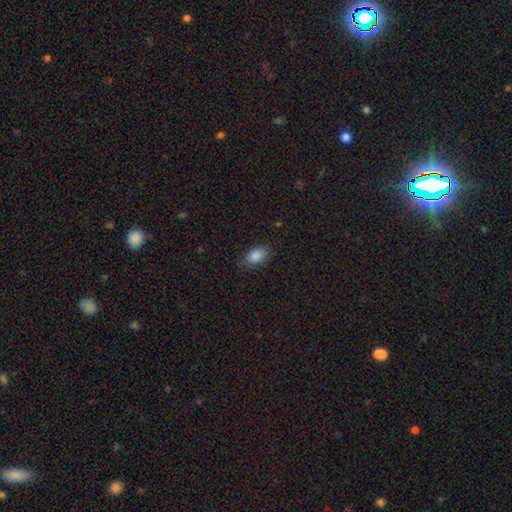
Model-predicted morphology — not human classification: This appears to be a smooth galaxy with no disk features (87%) that is in between round and cigar-shaped (87%). Merging: none (83%).